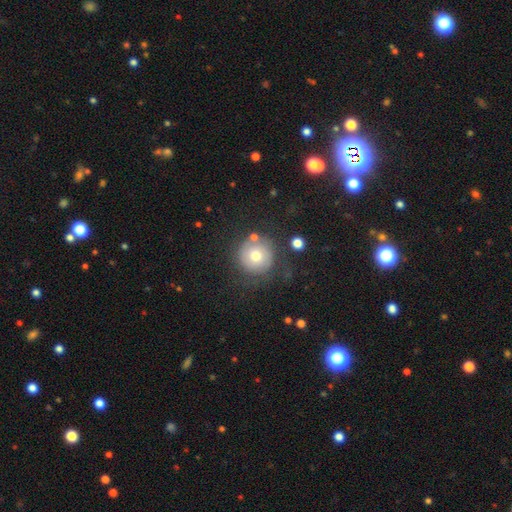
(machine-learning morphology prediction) type=smooth (62%); roundness=round (94%); merging=none (68%).